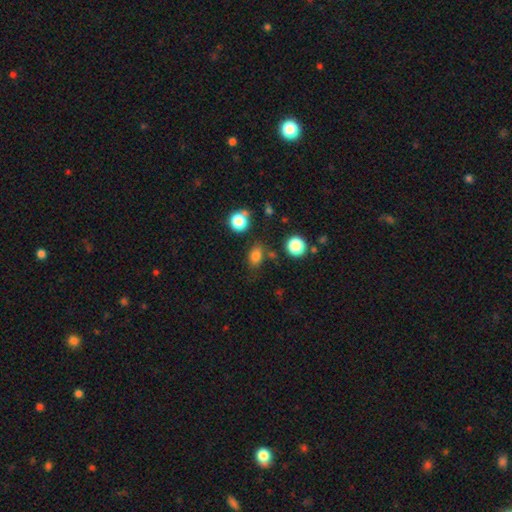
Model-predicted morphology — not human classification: This appears to be a smooth galaxy with no disk features (79%) that is in between round and cigar-shaped (68%). Merging: none (72%).